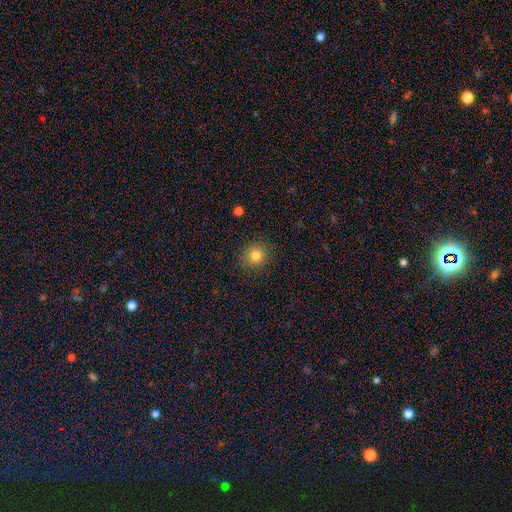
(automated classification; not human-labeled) The model was most divided on "smooth or featured": smooth: 81%, star or artifact: 12%, featured or disk: 6%. More confident: how rounded — round (91%); merging — none (90%).